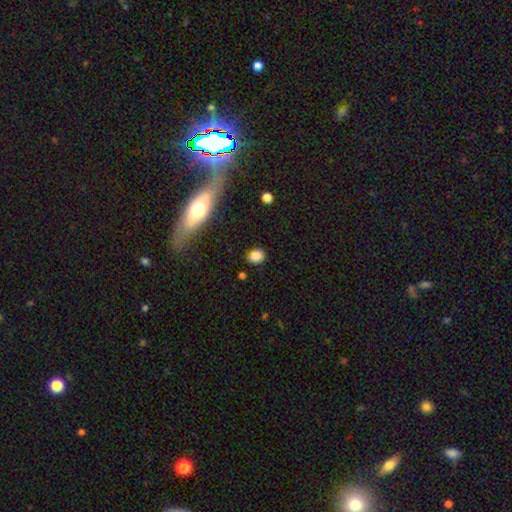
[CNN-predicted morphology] This is clearly a smooth galaxy (83%). How rounded: possibly round (51%). Merging: likely none (77%).